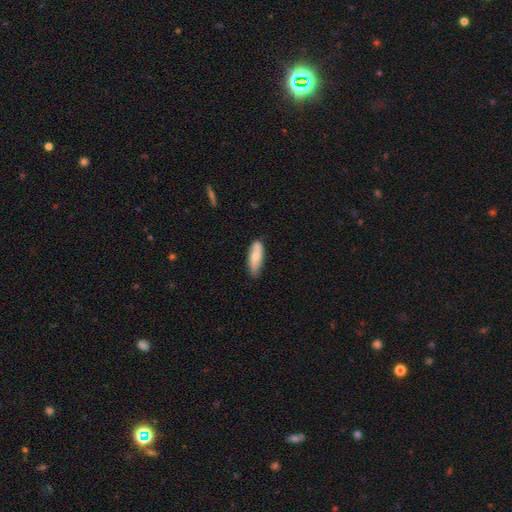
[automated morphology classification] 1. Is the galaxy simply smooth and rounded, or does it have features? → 68% smooth, 26% featured or disk, 6% star or artifact.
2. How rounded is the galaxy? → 59% in between, 39% cigar-shaped, 2% round.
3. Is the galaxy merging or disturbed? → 76% none, 19% minor disturbance, 3% major disturbance, 2% merger.